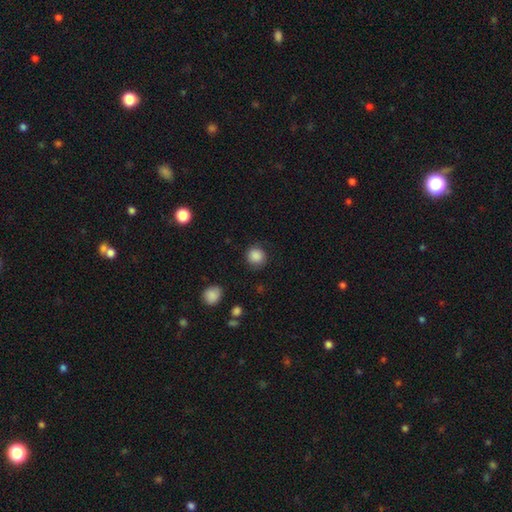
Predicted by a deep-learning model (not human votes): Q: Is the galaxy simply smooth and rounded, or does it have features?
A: smooth — 87%.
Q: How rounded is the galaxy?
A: round — 89%.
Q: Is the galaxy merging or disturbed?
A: none — 83%.